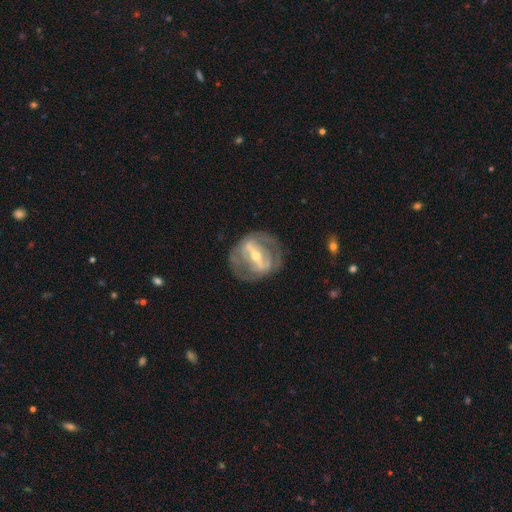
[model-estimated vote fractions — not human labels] smooth_or_featured: featured or disk (p=0.83) [alt: smooth p=0.12]
disk_edge_on: no (p=0.91) [alt: yes p=0.09]
bar: strong (p=0.72) [alt: weak p=0.20]
has_spiral_arms: yes (p=0.61) [alt: no p=0.39]
bulge_size: moderate (p=0.51) [alt: small p=0.45]
merging: none (p=0.68) [alt: minor disturbance p=0.17]